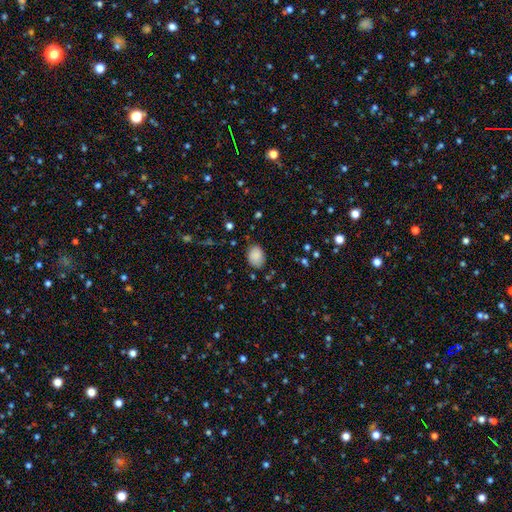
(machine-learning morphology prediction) Overall: smooth (86%). How rounded: in between (55%; round 44%). Merging: none (78%).